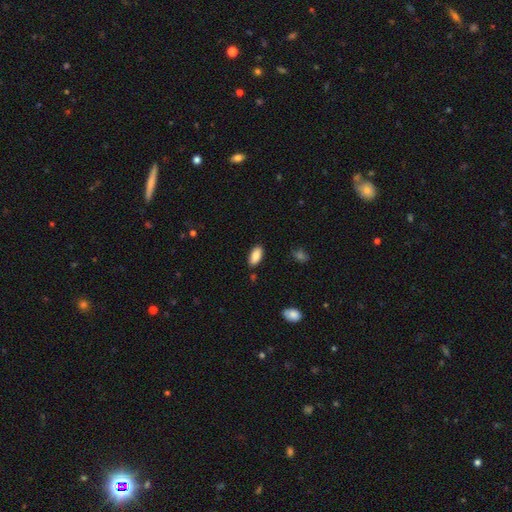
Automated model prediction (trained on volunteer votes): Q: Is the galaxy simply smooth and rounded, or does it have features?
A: smooth — 87%.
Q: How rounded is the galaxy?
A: in between — 90%.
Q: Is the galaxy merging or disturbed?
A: none — 86%.